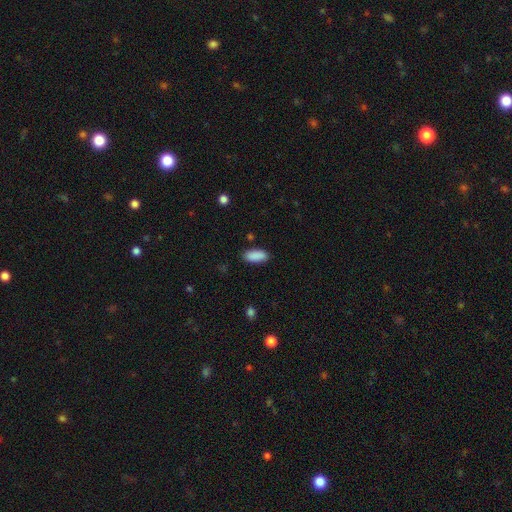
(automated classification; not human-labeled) smooth_or_featured: smooth (p=0.90) [alt: star or artifact p=0.07]
how_rounded: in between (p=0.85) [alt: cigar-shaped p=0.13]
merging: none (p=0.87) [alt: minor disturbance p=0.10]